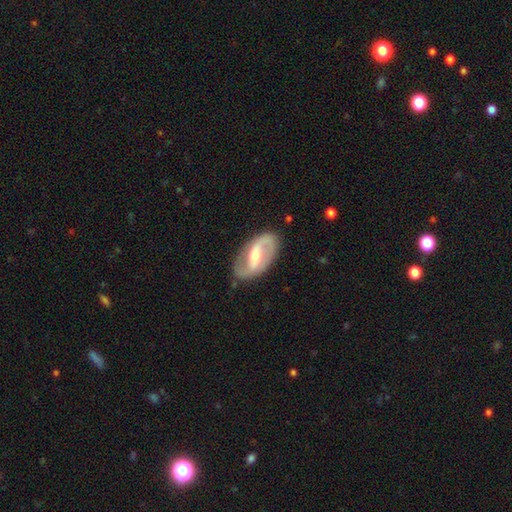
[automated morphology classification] A featured or disk galaxy (83%) with a strong bar (42%), 2 (90%) medium (43%) spiral arms (90%) and a moderate central bulge (57%).

Vote fractions:
- Smooth or featured? featured or disk: 83% / smooth: 13% / star or artifact: 5%
- Edge-on disk? no: 96% / yes: 4%
- Bar? strong: 42% / weak: 41% / no: 17%
- Spiral arms? yes: 90% / no: 10%
- Spiral winding? medium: 43% / loose: 39% / tight: 18%
- Spiral arm count? 2: 90% / can't tell: 4% / 1: 2% / 3: 1% / 4: 1% / more than 4: 1%
- Bulge size? moderate: 57% / small: 36% / large: 4% / none: 2% / dominant: 1%
- Merging? none: 83% / minor disturbance: 12% / major disturbance: 4% / merger: 1%